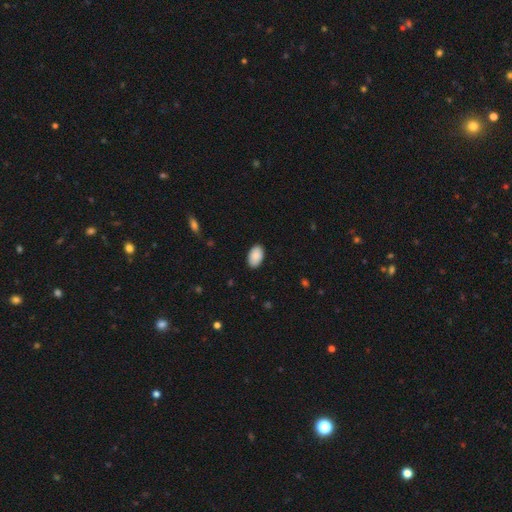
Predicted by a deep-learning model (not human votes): Smooth or featured? smooth (90%)
How rounded? in between (94%)
Merging? none (88%)